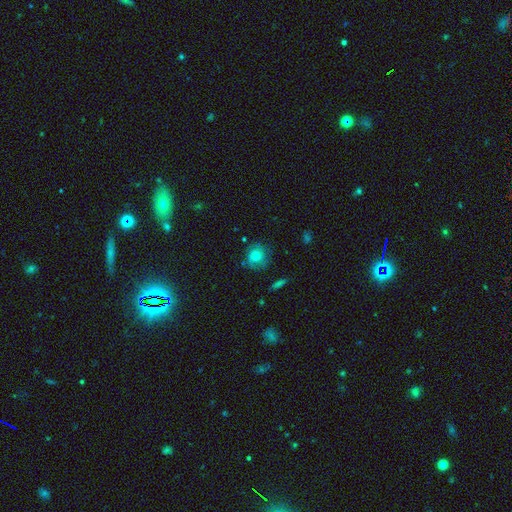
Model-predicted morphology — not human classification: This appears to be a smooth galaxy with no disk features (50%). Merging: none (70%).